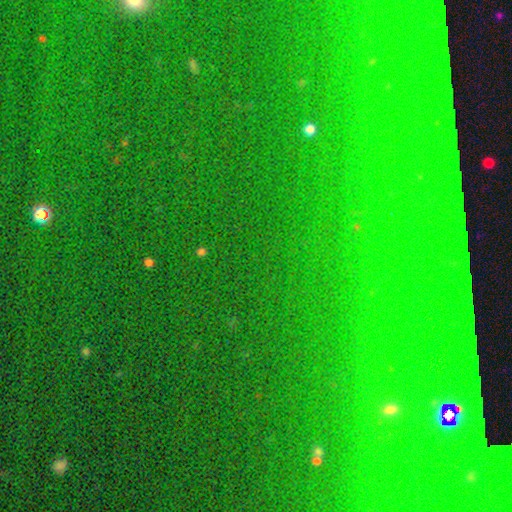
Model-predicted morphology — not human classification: smooth-or-featured: star or artifact: 79% | smooth: 12% | featured or disk: 9%